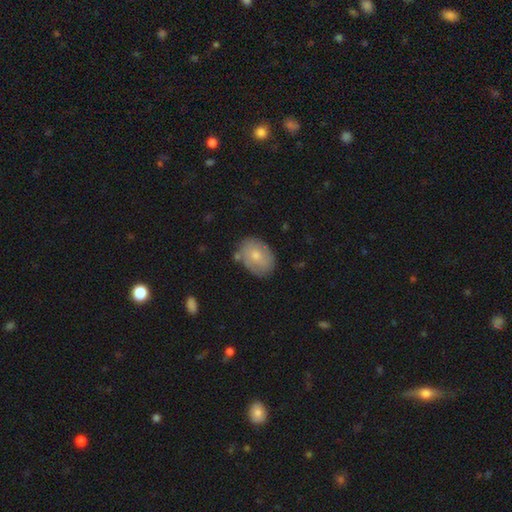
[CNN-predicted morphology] The model was most divided on "smooth or featured": smooth: 63%, featured or disk: 30%, star or artifact: 7%. More confident: how rounded — in between (72%); merging — none (71%).